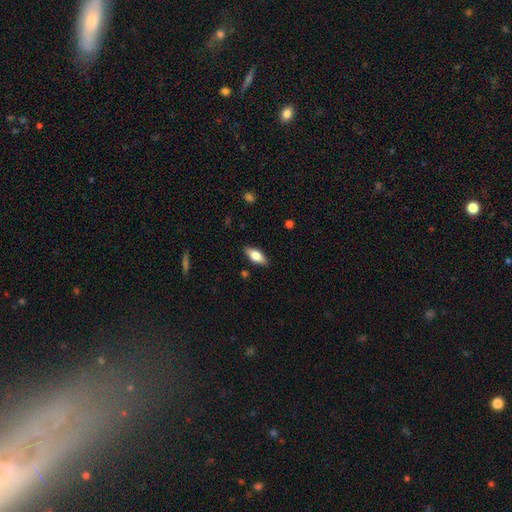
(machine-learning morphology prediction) This is likely a smooth galaxy (69%). How rounded: likely in between (80%). Merging: clearly none (87%).